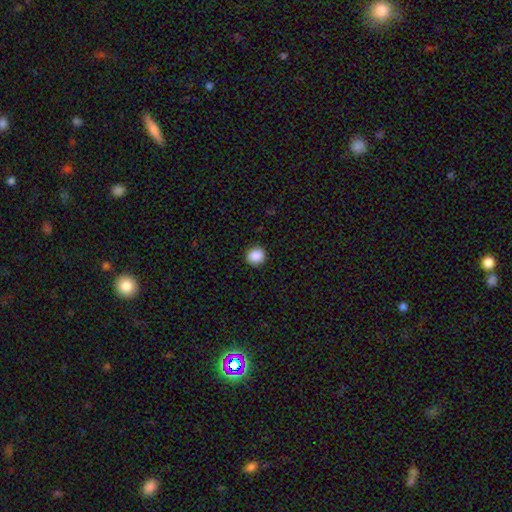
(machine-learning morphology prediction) Smooth or featured?
  - smooth: 89% *
  - star or artifact: 9%
  - featured or disk: 2%
How rounded?
  - round: 89% *
  - in between: 10%
  - cigar-shaped: 1%
Merging?
  - none: 92% *
  - minor disturbance: 6%
  - major disturbance: 2%
  - merger: 1%